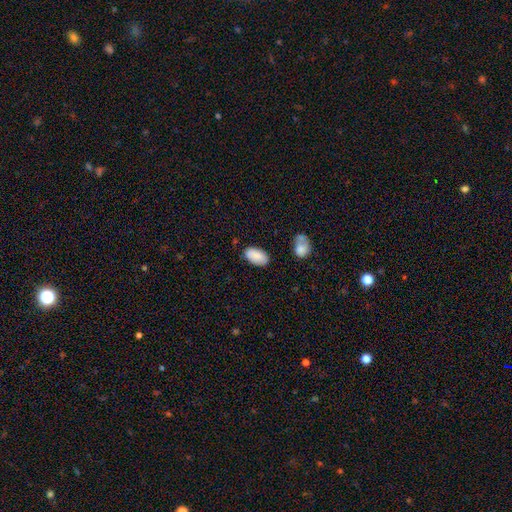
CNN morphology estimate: smooth 87%, featured or disk 7%, star or artifact 7%. Down the decision tree: how rounded — in between (95%); merging — none (80%).